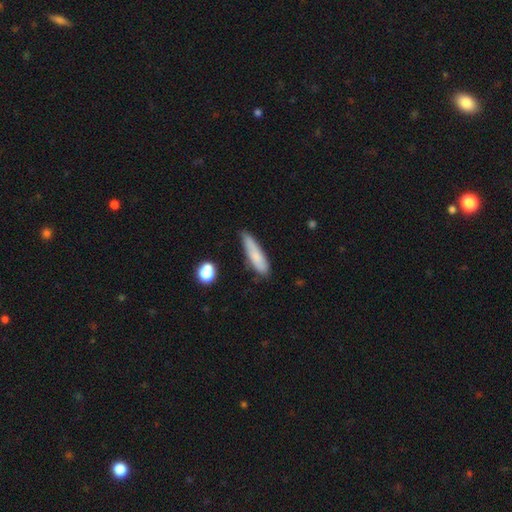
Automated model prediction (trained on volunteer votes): smooth 77%, featured or disk 16%, star or artifact 7%. Down the decision tree: how rounded — cigar-shaped (75%); merging — none (65%).